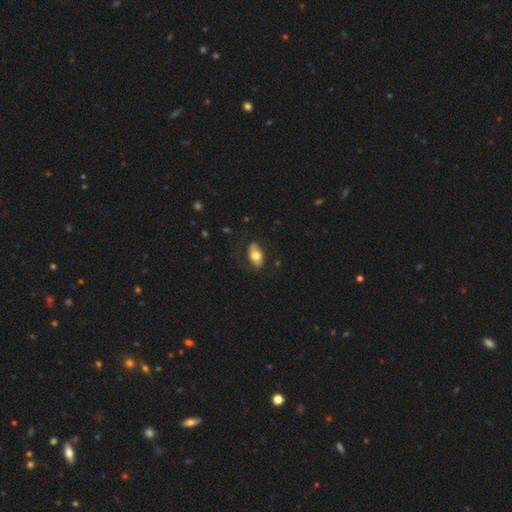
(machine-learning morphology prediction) Overall: smooth (66%; featured or disk 27%). How rounded: in between (88%). Merging: none (71%).